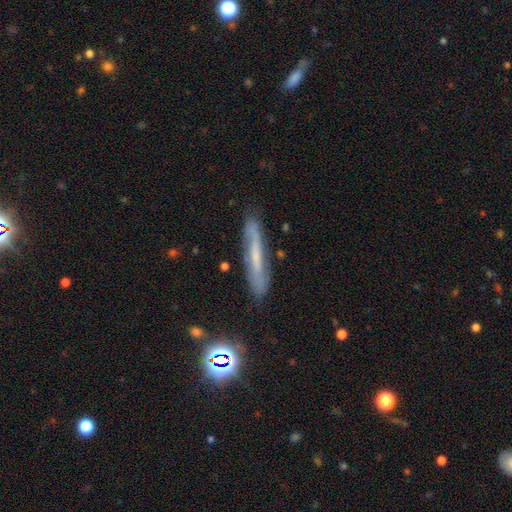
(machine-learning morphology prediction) This appears to be a featured or disk galaxy (53%) viewed edge-on (66%). Merging: none (79%).